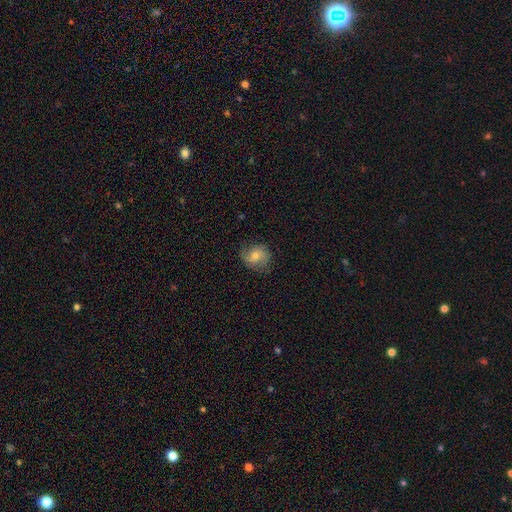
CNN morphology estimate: Smooth or featured: smooth — 56% (featured or disk — 34%)
How rounded: round — 74% (in between — 25%)
Merging: none — 74% (minor disturbance — 19%)